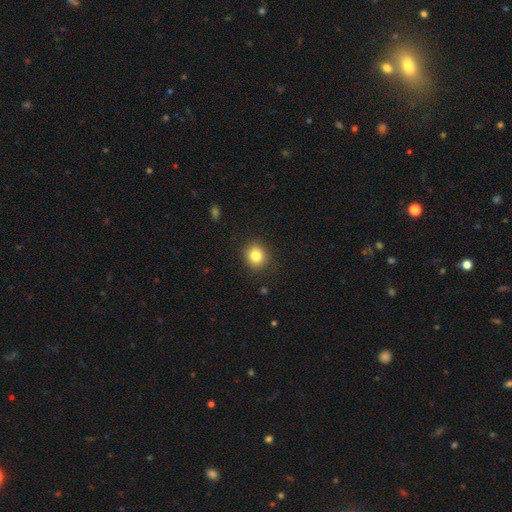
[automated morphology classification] This appears to be a smooth galaxy with no disk features (82%) that is round (80%). Merging: none (88%).